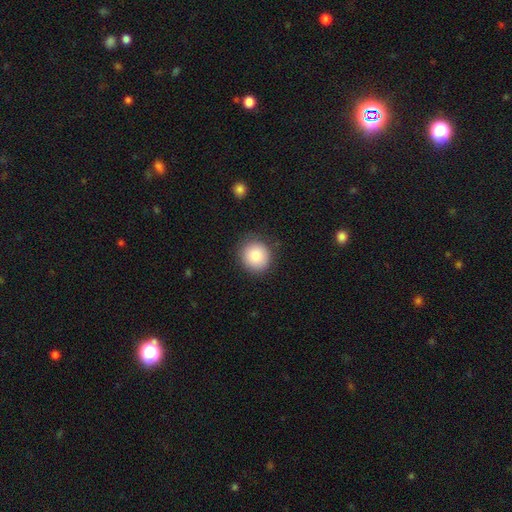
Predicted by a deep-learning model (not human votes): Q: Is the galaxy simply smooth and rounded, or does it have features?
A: smooth — 83%.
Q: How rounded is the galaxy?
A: round — 89%.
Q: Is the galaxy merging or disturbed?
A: none — 85%.